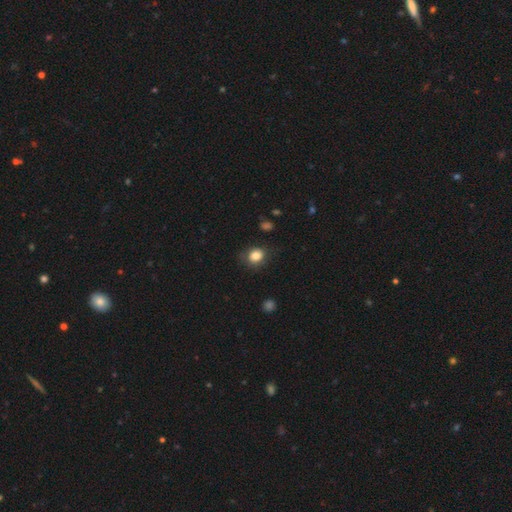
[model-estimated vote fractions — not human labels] Smooth or featured: smooth — 84% (star or artifact — 10%)
How rounded: round — 60% (in between — 39%)
Merging: none — 73% (minor disturbance — 19%)